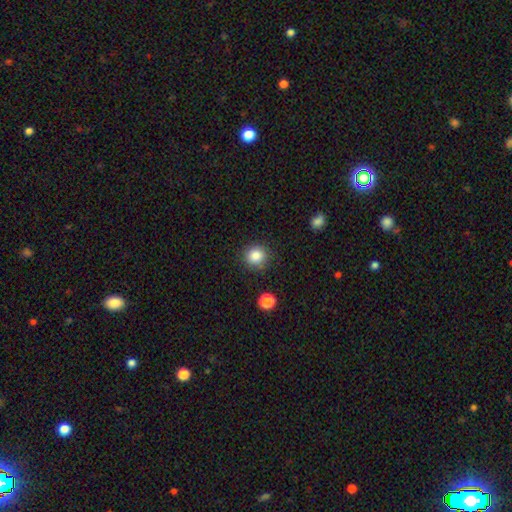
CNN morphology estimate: smooth-or-featured: smooth: 85% | star or artifact: 10% | featured or disk: 4%
  how-rounded: round: 90% | in between: 9% | cigar-shaped: 1%
  merging: none: 88% | minor disturbance: 8% | major disturbance: 3% | merger: 2%